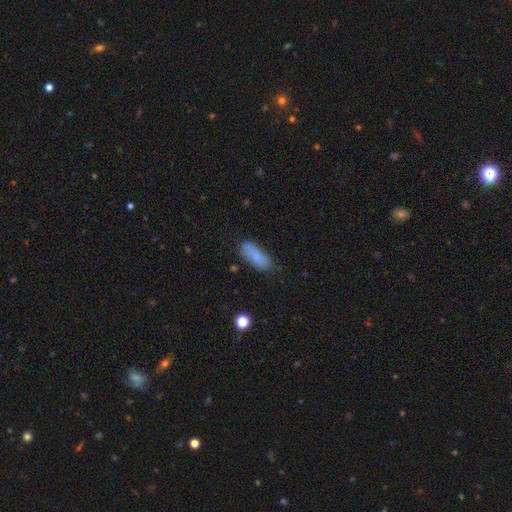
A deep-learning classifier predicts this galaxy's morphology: This appears to be a smooth galaxy with no disk features (81%) that is in between round and cigar-shaped (75%). Merging: none (72%).